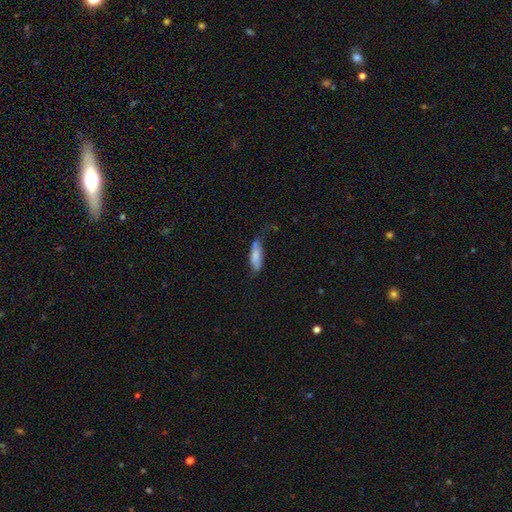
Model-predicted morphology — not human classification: smooth_or_featured: smooth (p=0.69) [alt: featured or disk p=0.24]
how_rounded: in between (p=0.60) [alt: cigar-shaped p=0.38]
merging: none (p=0.45) [alt: minor disturbance p=0.33]